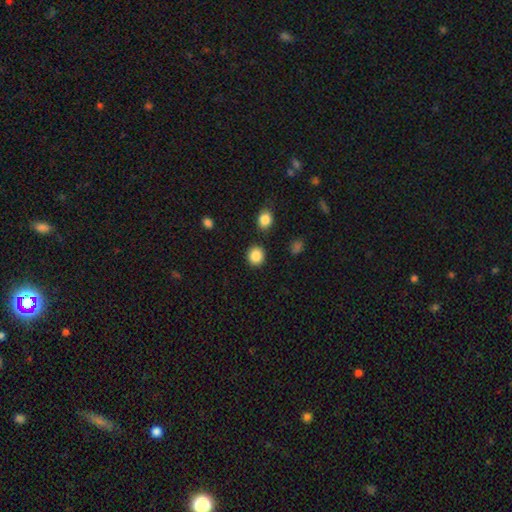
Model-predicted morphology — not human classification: Overall: smooth (87%). How rounded: round (88%). Merging: none (88%).